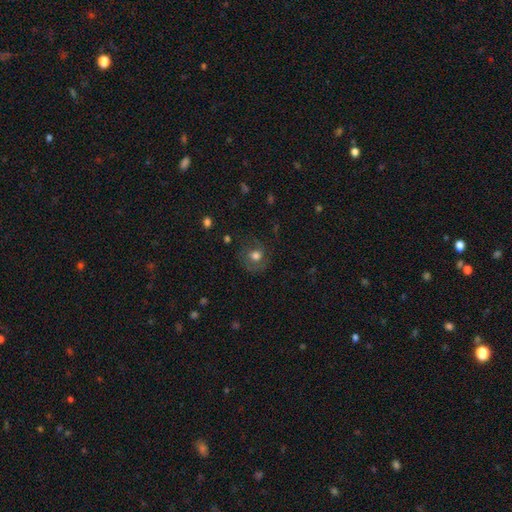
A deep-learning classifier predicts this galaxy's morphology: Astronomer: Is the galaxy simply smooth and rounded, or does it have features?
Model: smooth — 52% (runner-up: featured or disk, 36%).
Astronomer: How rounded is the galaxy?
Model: round — 79%.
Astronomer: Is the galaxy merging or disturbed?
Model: none — 68%.